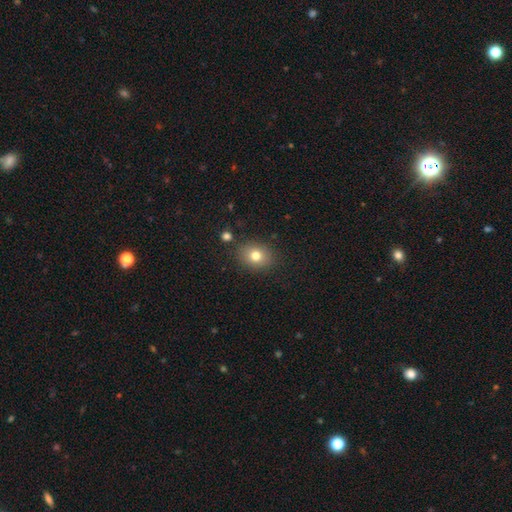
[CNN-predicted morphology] A smooth galaxy with no disk features (78%) that is round (55%). Merging: none (84%).